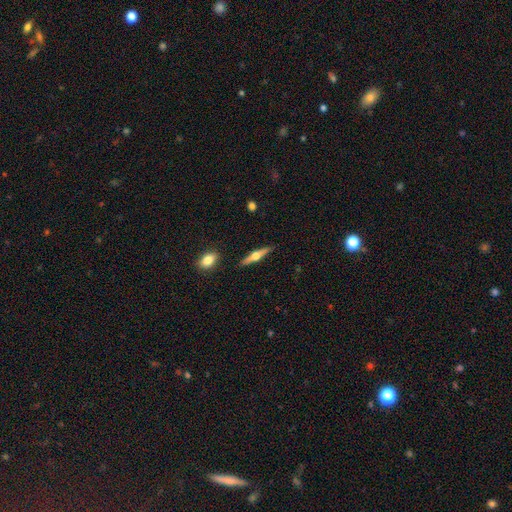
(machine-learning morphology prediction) Smooth or featured?
  - featured or disk: 66% *
  - smooth: 29%
  - star or artifact: 6%
Edge-on disk?
  - yes: 97% *
  - no: 3%
Edge-on bulge?
  - rounded: 95% *
  - boxy: 3%
  - none: 2%
Merging?
  - none: 88% *
  - minor disturbance: 9%
  - major disturbance: 2%
  - merger: 2%